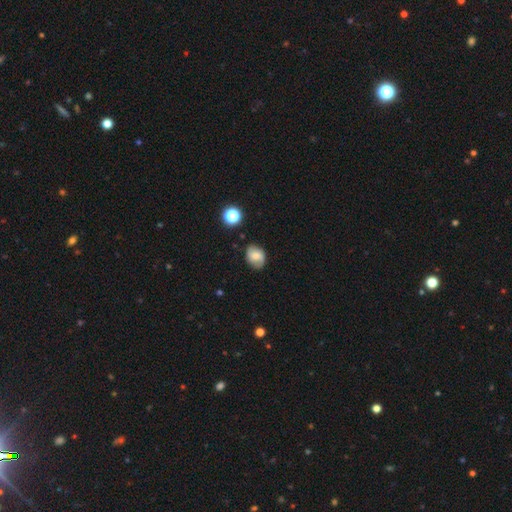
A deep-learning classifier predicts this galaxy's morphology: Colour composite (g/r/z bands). It shows a smooth galaxy with no disk features (62%) that is in between round and cigar-shaped (58%). Merging: none (72%).